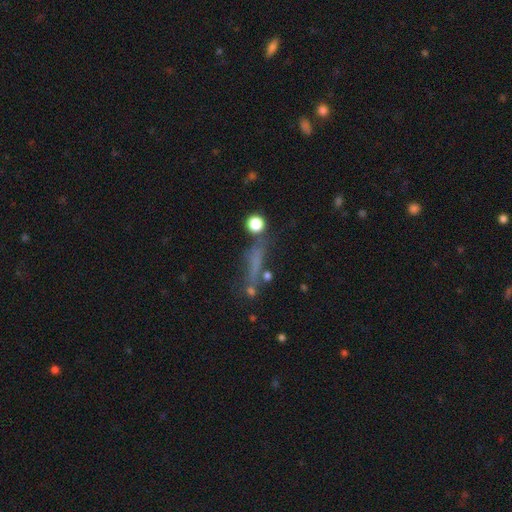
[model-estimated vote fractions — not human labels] smooth 47%, featured or disk 30%, star or artifact 23%. Down the decision tree: merging — none (61%).